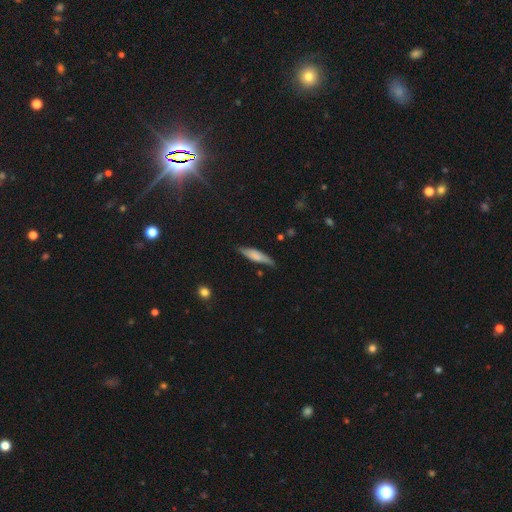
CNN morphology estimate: This is possibly a smooth galaxy (60%). How rounded: likely cigar-shaped (73%). Merging: likely none (74%).